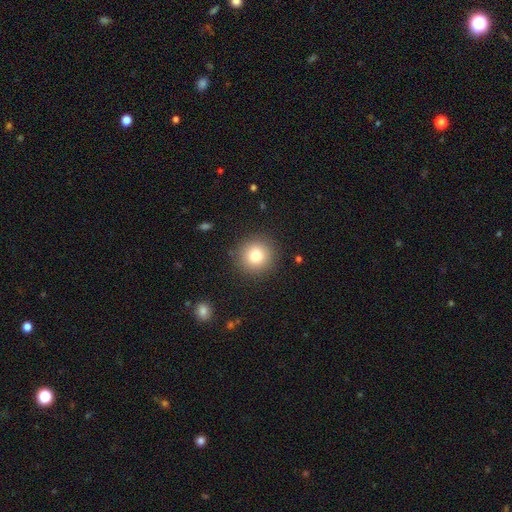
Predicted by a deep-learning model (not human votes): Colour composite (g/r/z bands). It shows a smooth galaxy with no disk features (79%) that is round (94%). Merging: none (90%).